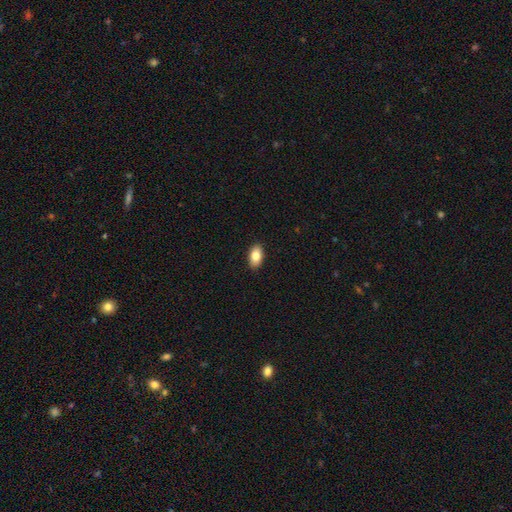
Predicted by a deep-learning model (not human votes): A smooth galaxy with no disk features (83%) that is in between round and cigar-shaped (92%). Merging: none (90%).